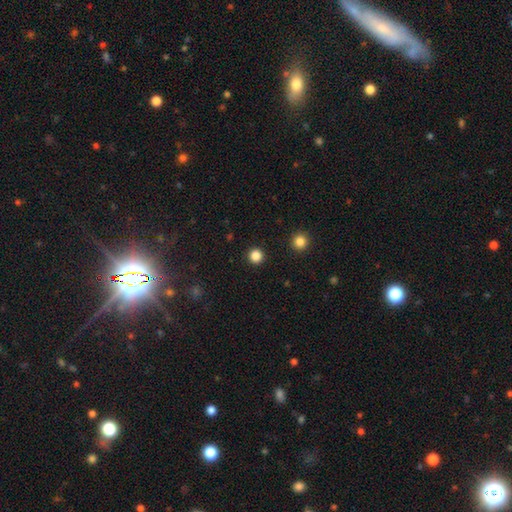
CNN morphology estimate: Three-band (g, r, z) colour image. It shows a smooth galaxy with no disk features (84%) that is round (95%). Merging: none (93%).